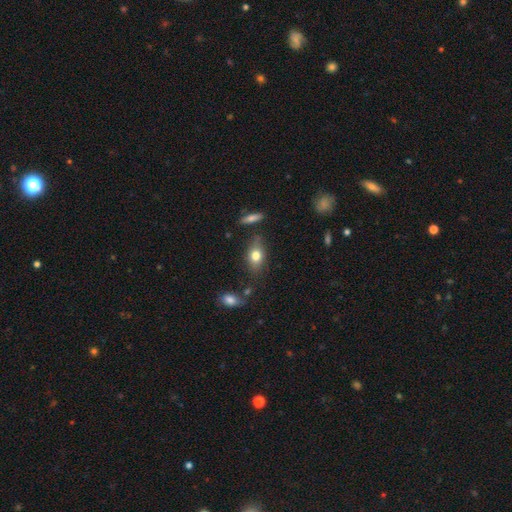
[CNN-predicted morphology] Smooth or featured?
  - smooth: 75% *
  - featured or disk: 16%
  - star or artifact: 9%
How rounded?
  - in between: 77% *
  - round: 18%
  - cigar-shaped: 5%
Merging?
  - none: 71% *
  - minor disturbance: 19%
  - merger: 5%
  - major disturbance: 5%